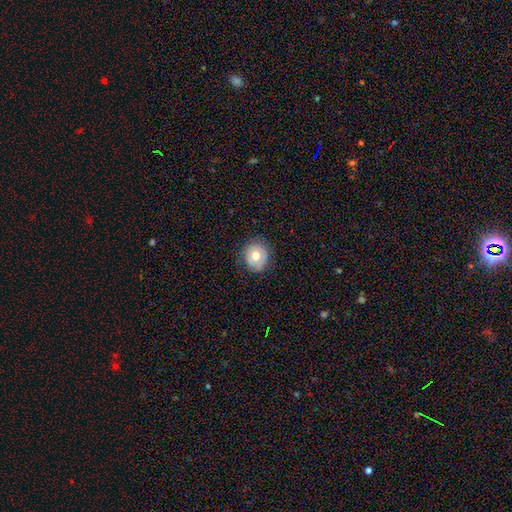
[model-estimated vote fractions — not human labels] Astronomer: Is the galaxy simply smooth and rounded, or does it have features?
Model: smooth — 68%.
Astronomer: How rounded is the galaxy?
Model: round — 81%.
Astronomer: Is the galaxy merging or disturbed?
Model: none — 79%.